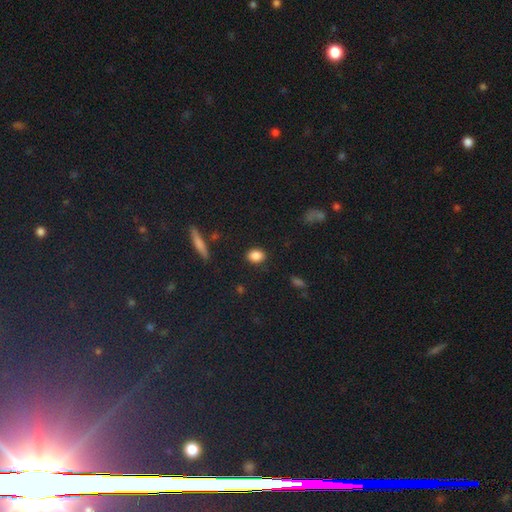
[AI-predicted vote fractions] Overall: smooth (86%). How rounded: in between (67%; round 30%). Merging: none (87%).